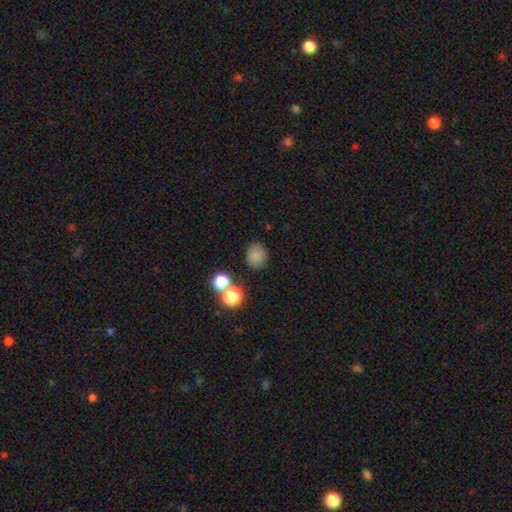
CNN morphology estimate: smooth-or-featured: smooth: 81% | star or artifact: 13% | featured or disk: 6%
  how-rounded: round: 70% | in between: 29% | cigar-shaped: 1%
  merging: none: 79% | minor disturbance: 11% | merger: 6% | major disturbance: 4%